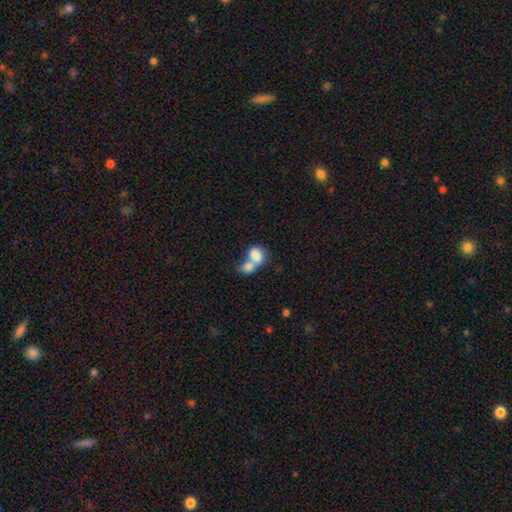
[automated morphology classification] Overall: smooth (77%). How rounded: in between (69%; round 29%). Merging: merger (76%).